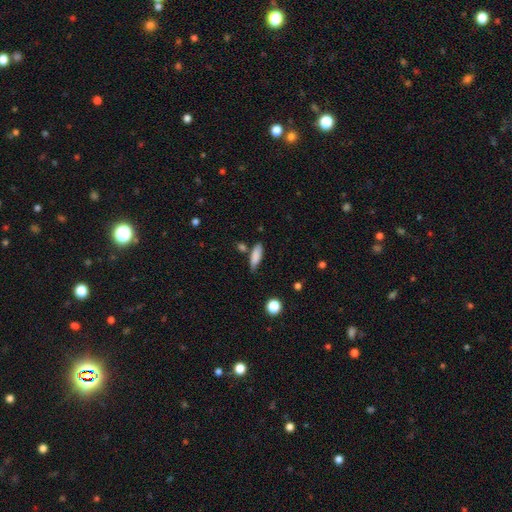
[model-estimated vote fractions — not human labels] smooth_or_featured: smooth (p=0.84) [alt: featured or disk p=0.09]
how_rounded: in between (p=0.53) [alt: cigar-shaped p=0.45]
merging: none (p=0.69) [alt: minor disturbance p=0.19]